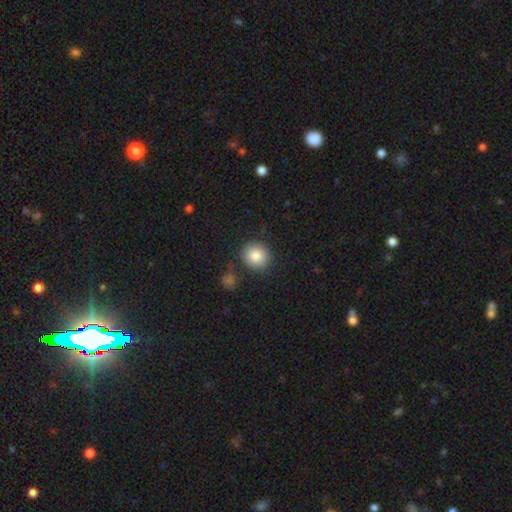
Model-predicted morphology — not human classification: A smooth galaxy with no disk features (85%) that is round (85%).

Vote fractions:
- Smooth or featured? smooth: 85% / star or artifact: 9% / featured or disk: 6%
- How rounded? round: 85% / in between: 14% / cigar-shaped: 1%
- Merging? none: 84% / minor disturbance: 9% / merger: 4% / major disturbance: 3%